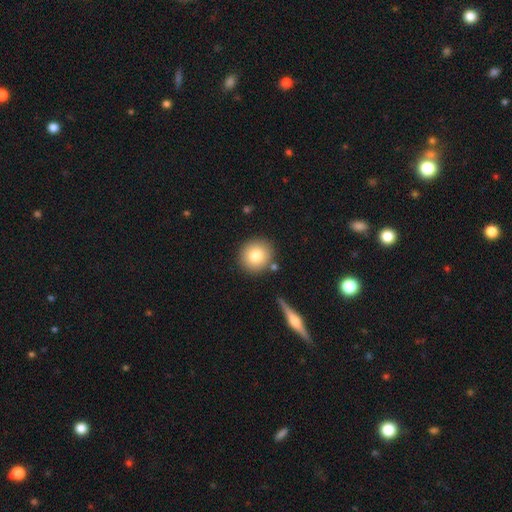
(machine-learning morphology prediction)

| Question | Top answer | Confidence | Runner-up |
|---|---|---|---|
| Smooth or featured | smooth | 79% | featured or disk (11%) |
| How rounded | round | 90% | in between (9%) |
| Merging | none | 85% | minor disturbance (8%) |